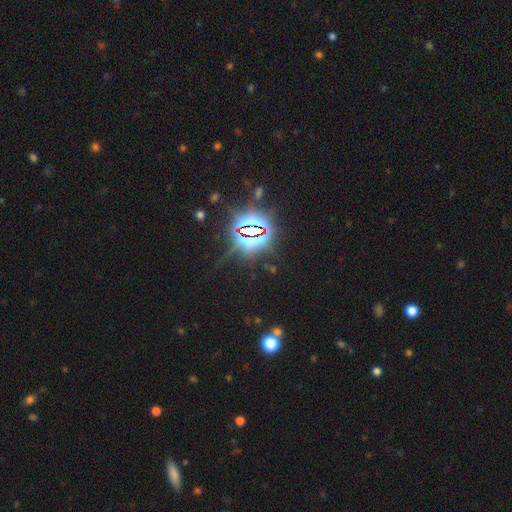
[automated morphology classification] smooth-or-featured: star or artifact: 86% | smooth: 9% | featured or disk: 5%